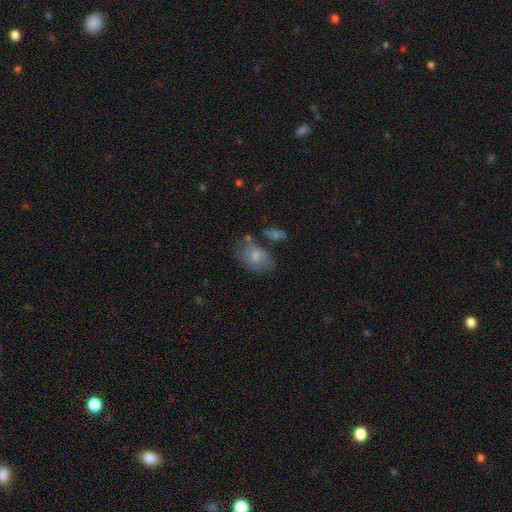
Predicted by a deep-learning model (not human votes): A smooth galaxy with no disk features (71%) that is in between round and cigar-shaped (84%).

Vote fractions:
- Smooth or featured? smooth: 71% / featured or disk: 22% / star or artifact: 8%
- How rounded? in between: 84% / round: 14% / cigar-shaped: 1%
- Merging? none: 51% / minor disturbance: 26% / major disturbance: 12% / merger: 10%